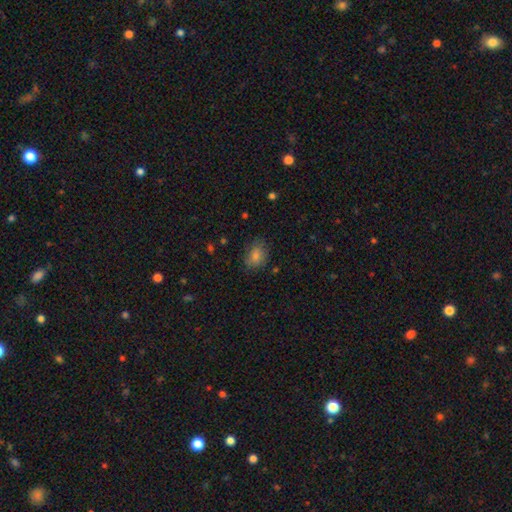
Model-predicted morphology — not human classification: smooth_or_featured: smooth (p=0.75) [alt: star or artifact p=0.15]
how_rounded: in between (p=0.67) [alt: round p=0.32]
merging: none (p=0.74) [alt: minor disturbance p=0.19]